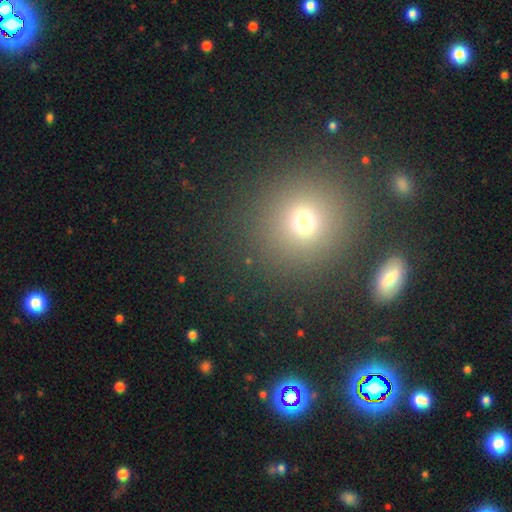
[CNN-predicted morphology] A smooth galaxy with no disk features (58%) that is round (92%). Merging: none (87%).